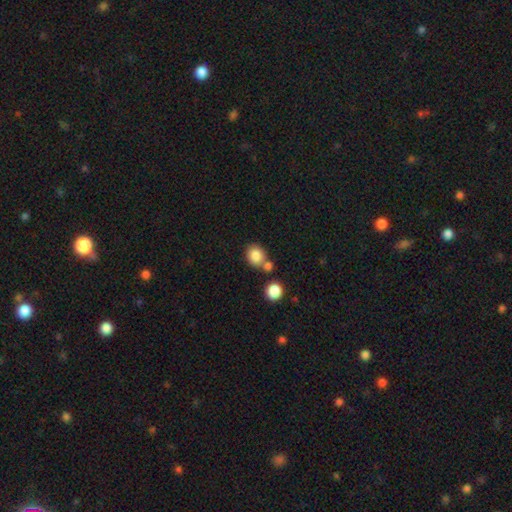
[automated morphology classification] Smooth or featured: smooth — 84% (star or artifact — 9%)
How rounded: round — 68% (in between — 32%)
Merging: none — 58% (merger — 27%)